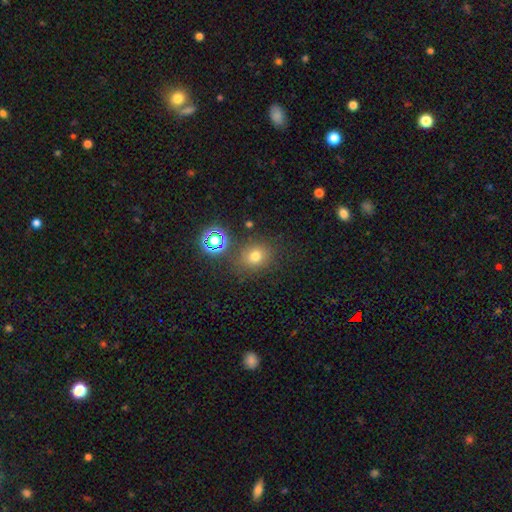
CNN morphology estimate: Smooth or featured? Predicted: smooth (p=0.70). How rounded? Predicted: round (p=0.75). Merging? Predicted: none (p=0.78).